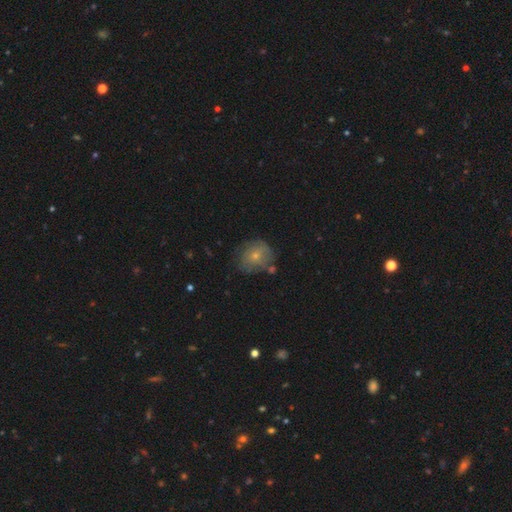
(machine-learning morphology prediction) Overall: smooth (60%; featured or disk 31%). How rounded: round (70%). Merging: none (58%; minor disturbance 26%).